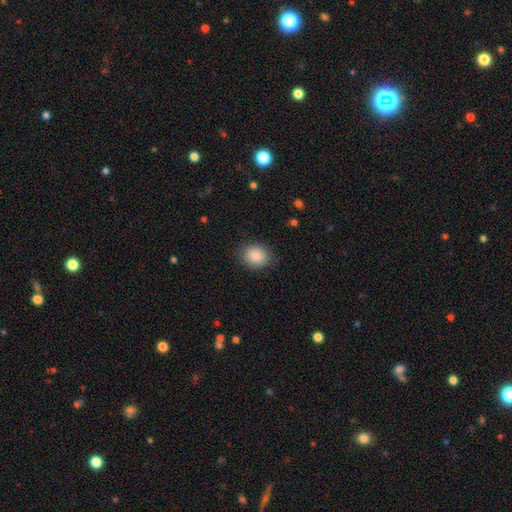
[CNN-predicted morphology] Smooth or featured: smooth — 87% (star or artifact — 8%)
How rounded: round — 61% (in between — 38%)
Merging: none — 83% (minor disturbance — 12%)